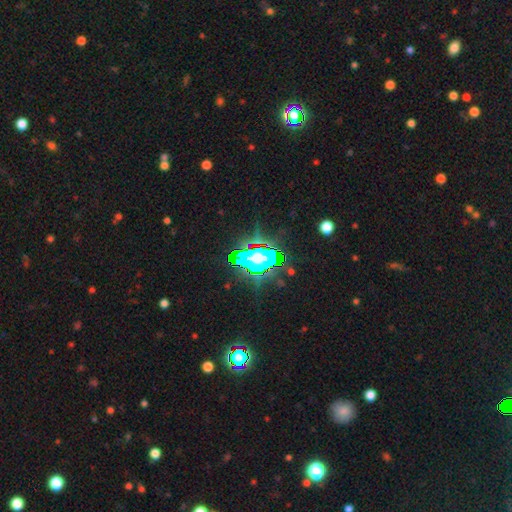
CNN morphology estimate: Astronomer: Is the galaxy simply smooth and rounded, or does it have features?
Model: star or artifact — 55%.